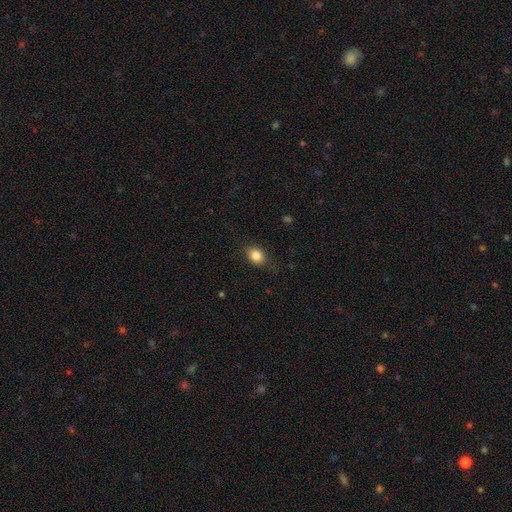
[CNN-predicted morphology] Overall: smooth (84%). How rounded: in between (57%; round 42%). Merging: none (79%).